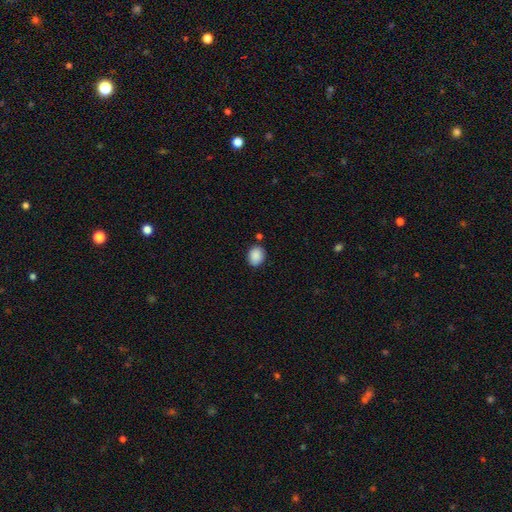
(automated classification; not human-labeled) The model was most divided on "how rounded": in between: 50%, round: 49%, cigar-shaped: 1%. More confident: smooth or featured — smooth (89%); merging — none (80%).